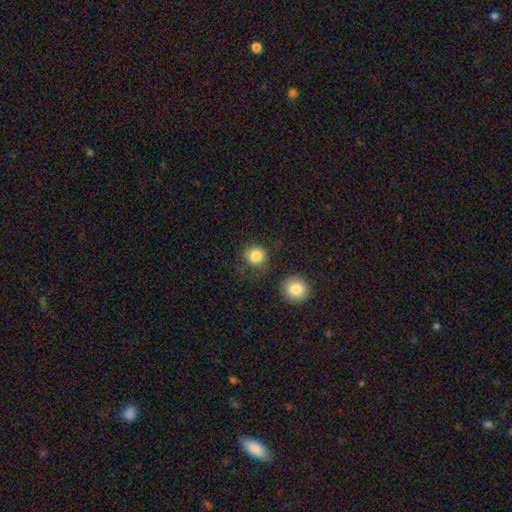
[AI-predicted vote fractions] Smooth or featured?
  - smooth: 84% *
  - star or artifact: 10%
  - featured or disk: 6%
How rounded?
  - round: 87% *
  - in between: 12%
  - cigar-shaped: 1%
Merging?
  - none: 70% *
  - minor disturbance: 15%
  - major disturbance: 7%
  - merger: 7%